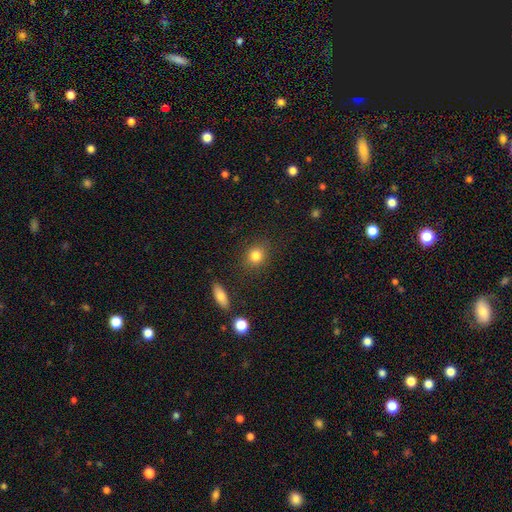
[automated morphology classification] A smooth galaxy with no disk features (82%) that is round (72%).

Vote fractions:
- Smooth or featured? smooth: 82% / star or artifact: 11% / featured or disk: 7%
- How rounded? round: 72% / in between: 27% / cigar-shaped: 2%
- Merging? none: 86% / minor disturbance: 9% / major disturbance: 3% / merger: 2%